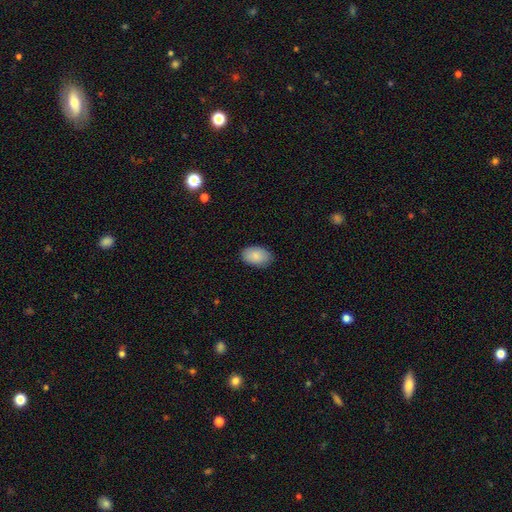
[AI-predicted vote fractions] smooth 87%, featured or disk 7%, star or artifact 6%. Down the decision tree: how rounded — in between (91%); merging — none (85%).